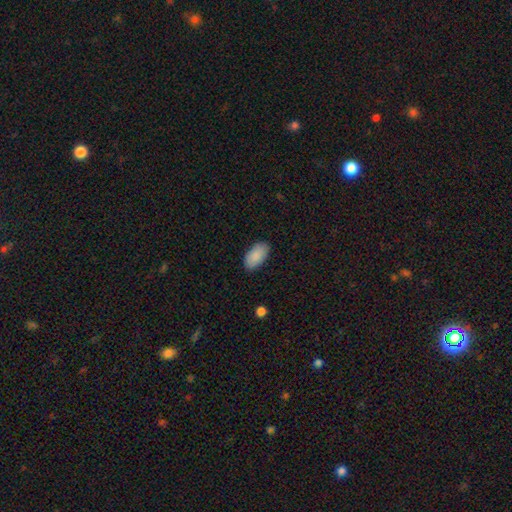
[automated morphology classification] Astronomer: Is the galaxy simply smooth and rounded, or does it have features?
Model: smooth — 89%.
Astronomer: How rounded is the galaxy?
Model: in between — 95%.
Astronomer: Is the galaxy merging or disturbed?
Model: none — 86%.